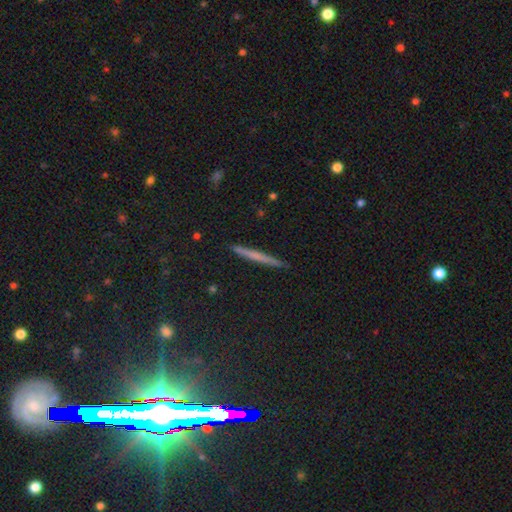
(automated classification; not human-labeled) smooth-or-featured: smooth: 50% | featured or disk: 39% | star or artifact: 11%
  how-rounded: cigar-shaped: 95% | in between: 3% | round: 2%
  merging: none: 91% | minor disturbance: 7% | major disturbance: 1% | merger: 1%